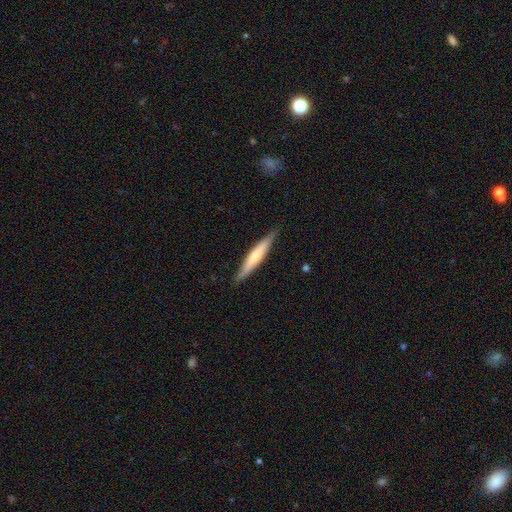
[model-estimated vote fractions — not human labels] The model was most divided on "smooth or featured": smooth: 48%, featured or disk: 47%, star or artifact: 5%. More confident: merging — none (87%).